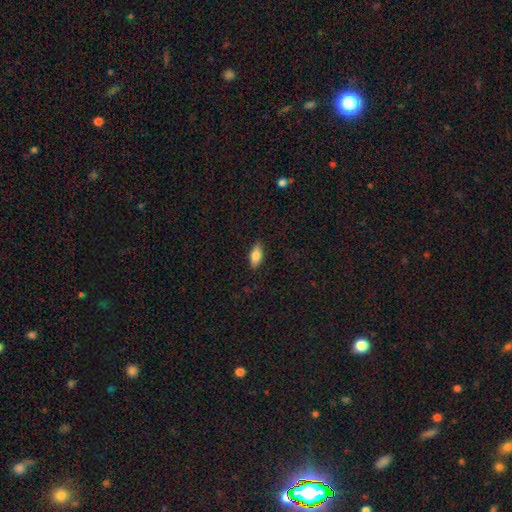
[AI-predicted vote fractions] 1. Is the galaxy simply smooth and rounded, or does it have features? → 80% smooth, 13% featured or disk, 7% star or artifact.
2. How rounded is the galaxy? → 84% in between, 13% cigar-shaped, 3% round.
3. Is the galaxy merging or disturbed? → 86% none, 11% minor disturbance, 2% major disturbance, 1% merger.